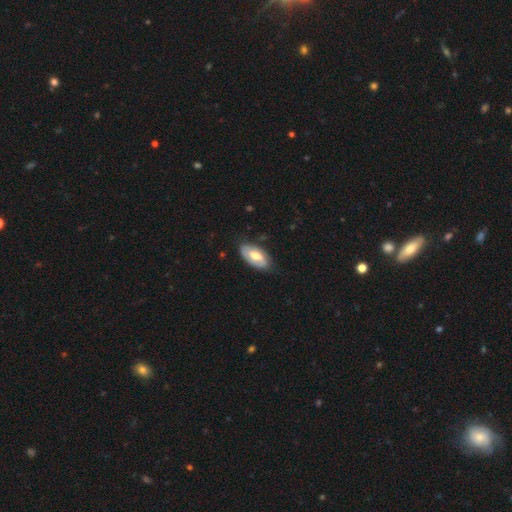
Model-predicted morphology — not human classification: The model was most divided on "smooth or featured": smooth: 50%, featured or disk: 45%, star or artifact: 5%. More confident: merging — none (76%).